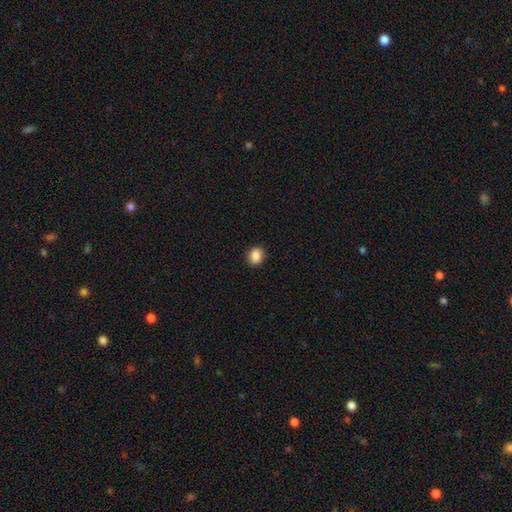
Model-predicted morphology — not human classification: Smooth or featured: smooth — 87% (star or artifact — 9%)
How rounded: round — 59% (in between — 40%)
Merging: none — 89% (minor disturbance — 8%)